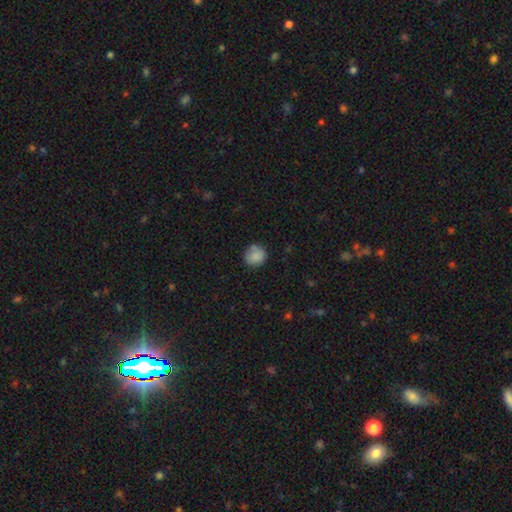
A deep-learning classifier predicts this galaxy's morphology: Smooth or featured: smooth — 84% (star or artifact — 9%)
How rounded: round — 87% (in between — 12%)
Merging: none — 73% (minor disturbance — 19%)